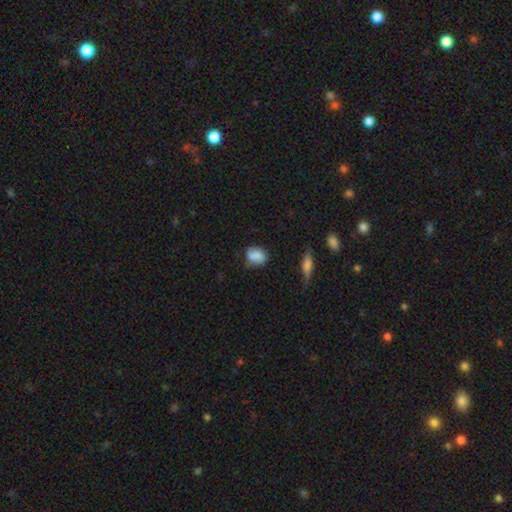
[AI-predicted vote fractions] smooth_or_featured: smooth (p=0.75) [alt: featured or disk p=0.16]
how_rounded: in between (p=0.57) [alt: round p=0.40]
merging: none (p=0.59) [alt: minor disturbance p=0.30]